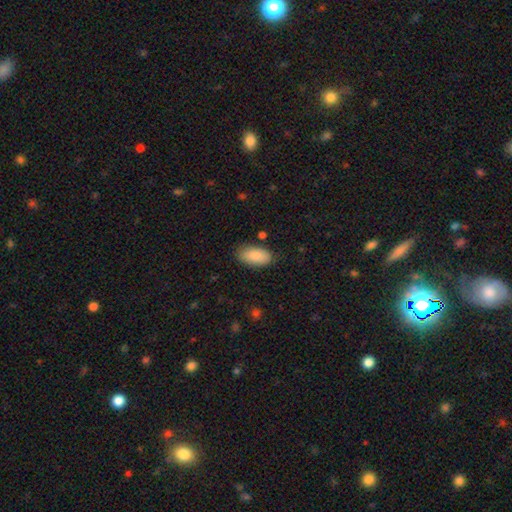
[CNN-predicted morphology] smooth-or-featured: smooth: 89% | star or artifact: 6% | featured or disk: 5%
  how-rounded: in between: 92% | cigar-shaped: 5% | round: 2%
  merging: none: 82% | minor disturbance: 13% | major disturbance: 3% | merger: 2%